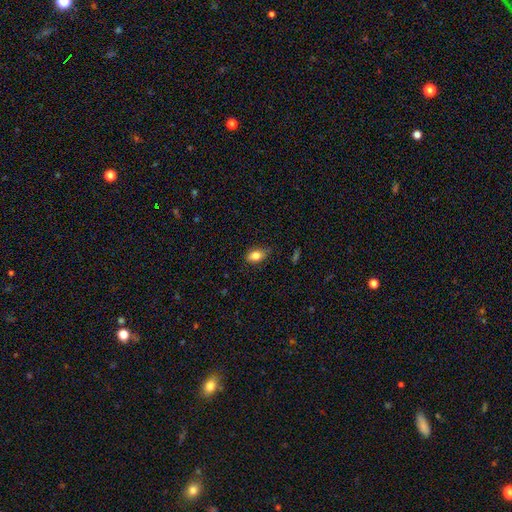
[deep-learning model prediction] smooth-or-featured: smooth: 82% | star or artifact: 9% | featured or disk: 9%
  how-rounded: in between: 80% | round: 17% | cigar-shaped: 2%
  merging: none: 76% | minor disturbance: 20% | major disturbance: 3% | merger: 1%